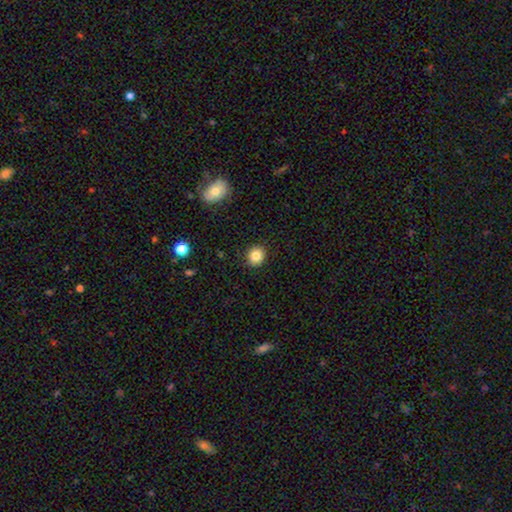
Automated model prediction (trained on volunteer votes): Smooth or featured?
  - smooth: 84% *
  - star or artifact: 10%
  - featured or disk: 6%
How rounded?
  - round: 83% *
  - in between: 17%
  - cigar-shaped: 1%
Merging?
  - none: 91% *
  - minor disturbance: 6%
  - major disturbance: 2%
  - merger: 1%